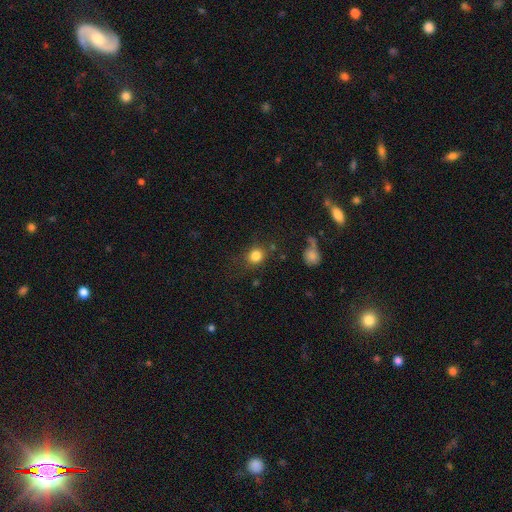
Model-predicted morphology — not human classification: Q: Smooth or featured?
A: smooth (83%); runner-up: star or artifact (11%)
Q: How rounded?
A: round (79%); runner-up: in between (20%)
Q: Merging?
A: none (78%); runner-up: minor disturbance (12%)